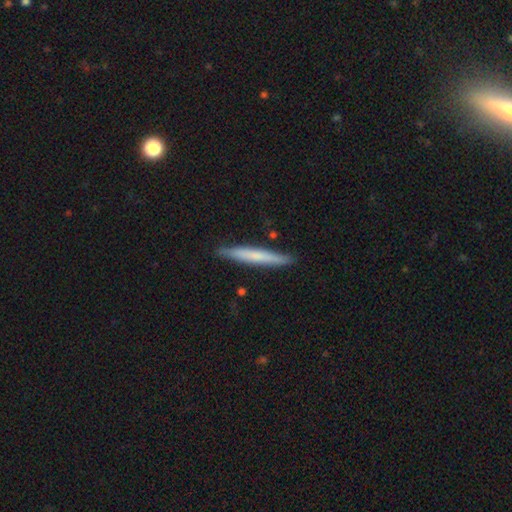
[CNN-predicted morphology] Overall: smooth (61%; featured or disk 34%). How rounded: cigar-shaped (96%). Merging: none (89%).